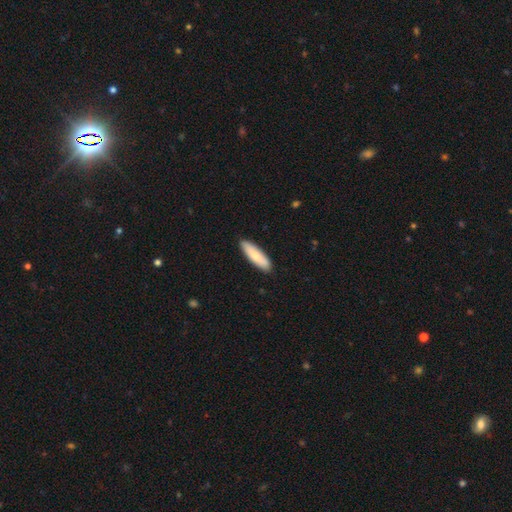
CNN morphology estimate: smooth 79%, featured or disk 16%, star or artifact 5%. Down the decision tree: how rounded — cigar-shaped (60%); merging — none (89%).